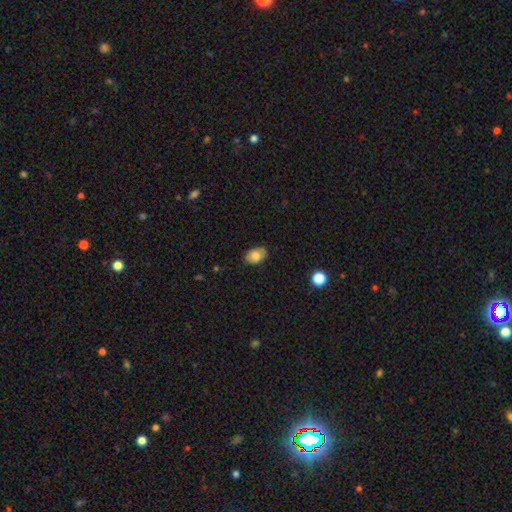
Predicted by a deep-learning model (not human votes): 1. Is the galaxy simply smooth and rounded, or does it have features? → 73% smooth, 19% featured or disk, 8% star or artifact.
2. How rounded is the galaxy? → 83% in between, 16% round, 1% cigar-shaped.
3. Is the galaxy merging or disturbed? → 84% none, 13% minor disturbance, 2% major disturbance, 1% merger.